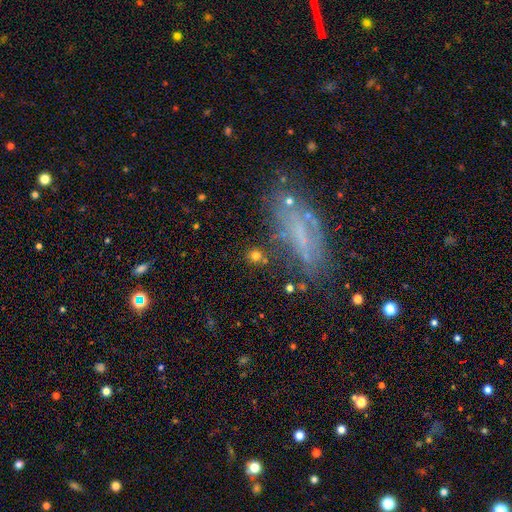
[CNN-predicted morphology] This is likely a smooth galaxy (70%). How rounded: clearly round (87%). Merging: clearly none (81%).